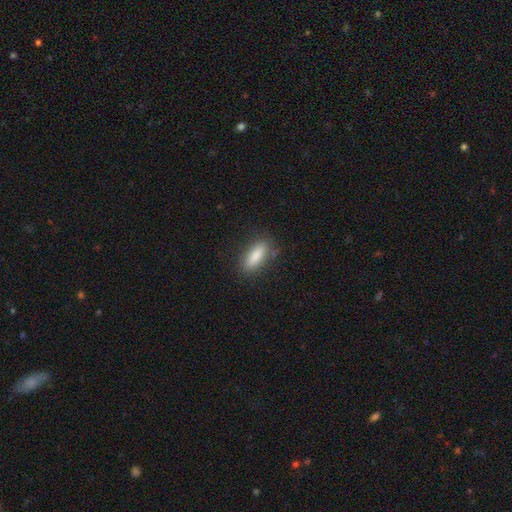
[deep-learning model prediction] Smooth or featured? smooth (84%)
How rounded? in between (62%)
Merging? none (83%)